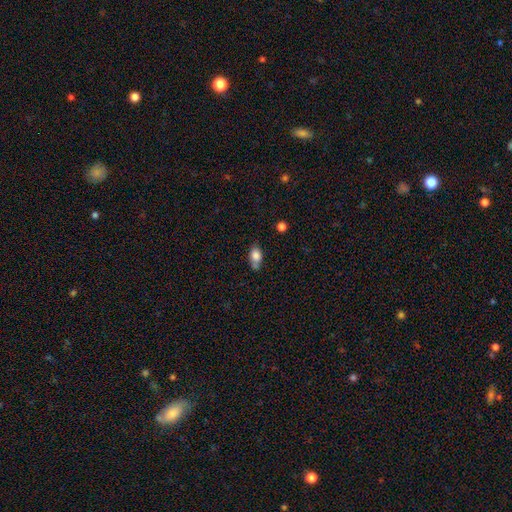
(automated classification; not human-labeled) A smooth galaxy with no disk features (80%) that is in between round and cigar-shaped (84%).

Vote fractions:
- Smooth or featured? smooth: 80% / featured or disk: 11% / star or artifact: 9%
- How rounded? in between: 84% / round: 12% / cigar-shaped: 4%
- Merging? none: 54% / minor disturbance: 26% / merger: 15% / major disturbance: 6%